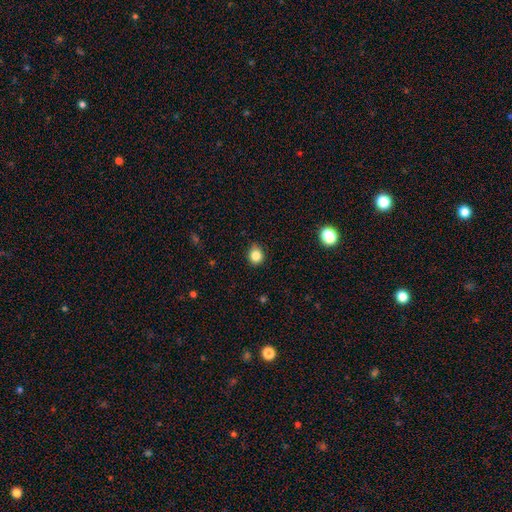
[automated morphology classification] This is clearly a smooth galaxy (84%). How rounded: likely round (74%). Merging: clearly none (84%).